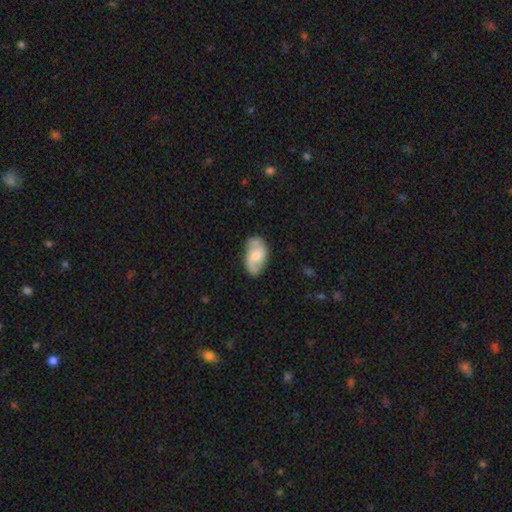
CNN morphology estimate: A featured or disk galaxy (59%) with no bar (51%), spiral arms (87%) and a moderate central bulge (52%). Merging: none (75%).